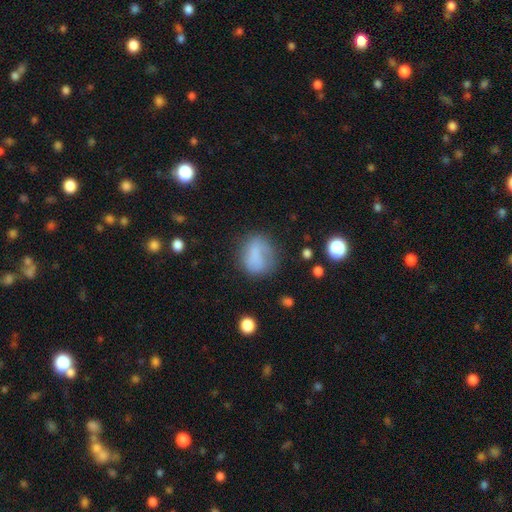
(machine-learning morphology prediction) This is likely a smooth galaxy (74%). How rounded: possibly round (59%). Merging: possibly none (54%).